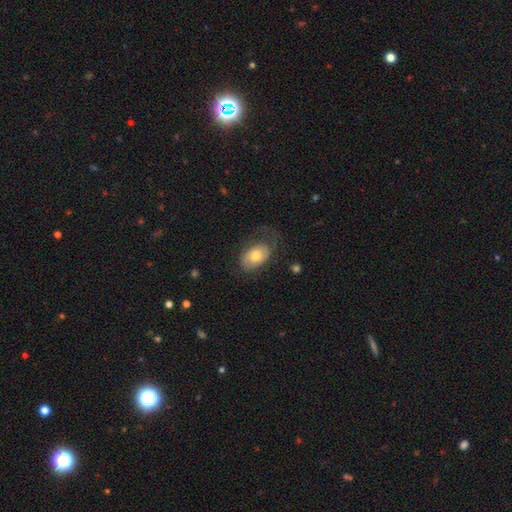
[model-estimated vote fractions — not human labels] A smooth galaxy with no disk features (60%) that is in between round and cigar-shaped (86%).

Vote fractions:
- Smooth or featured? smooth: 60% / featured or disk: 33% / star or artifact: 7%
- How rounded? in between: 86% / round: 12% / cigar-shaped: 1%
- Merging? none: 51% / minor disturbance: 26% / major disturbance: 22% / merger: 2%